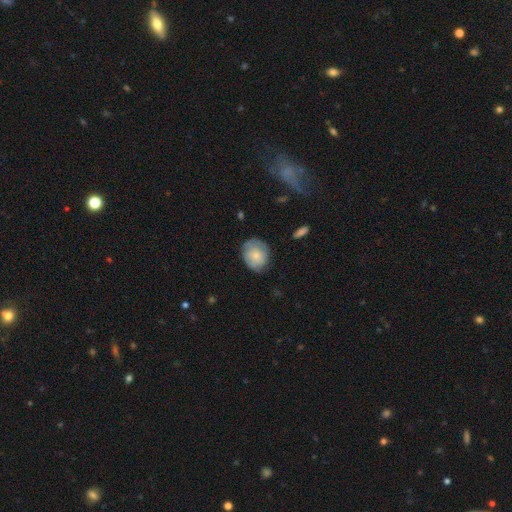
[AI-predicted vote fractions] Overall: smooth (66%; featured or disk 27%). How rounded: round (63%; in between 36%). Merging: none (67%).